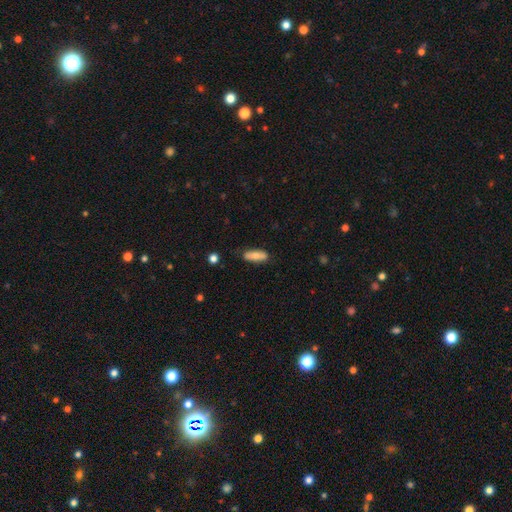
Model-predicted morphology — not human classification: Overall: smooth (72%). How rounded: in between (62%; cigar-shaped 35%). Merging: none (81%).